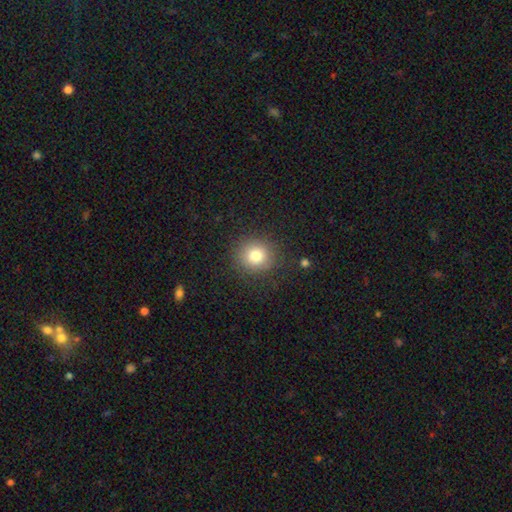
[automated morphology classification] This is likely a smooth galaxy (79%). How rounded: clearly round (86%). Merging: clearly none (85%).